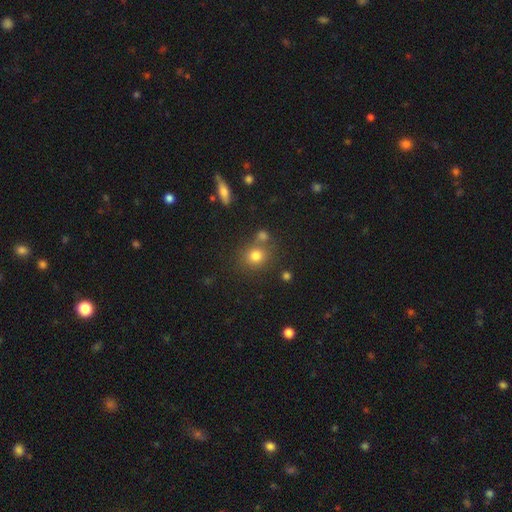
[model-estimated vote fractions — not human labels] smooth_or_featured: smooth (p=0.77) [alt: star or artifact p=0.14]
how_rounded: round (p=0.79) [alt: in between p=0.20]
merging: none (p=0.68) [alt: merger p=0.17]